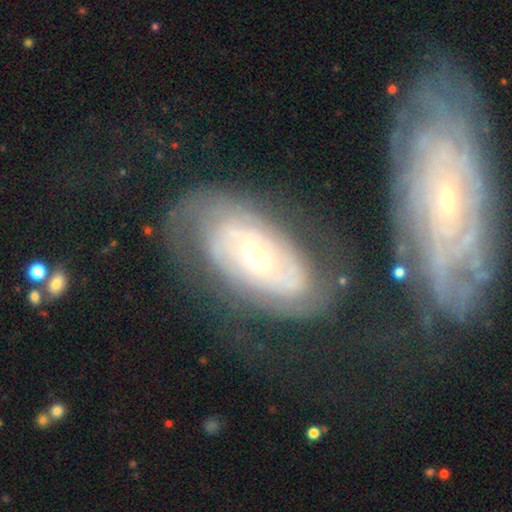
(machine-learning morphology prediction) featured or disk 76%, smooth 17%, star or artifact 7%. Down the decision tree: edge-on disk — no (93%); bar — no (58%); spiral arms — yes (80%); spiral arm count — 2 (41%, tied with can't tell); spiral winding — tight (57%); bulge size — moderate (53%); merging — none (62%).